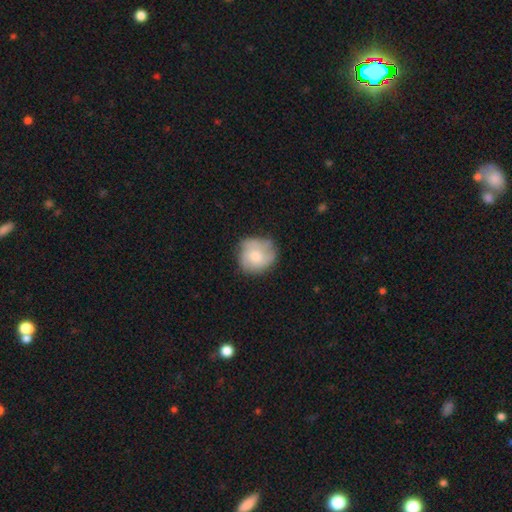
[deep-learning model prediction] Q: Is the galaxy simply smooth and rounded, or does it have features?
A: smooth — 59%.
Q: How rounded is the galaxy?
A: round — 83%.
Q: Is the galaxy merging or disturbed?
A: none — 62%.